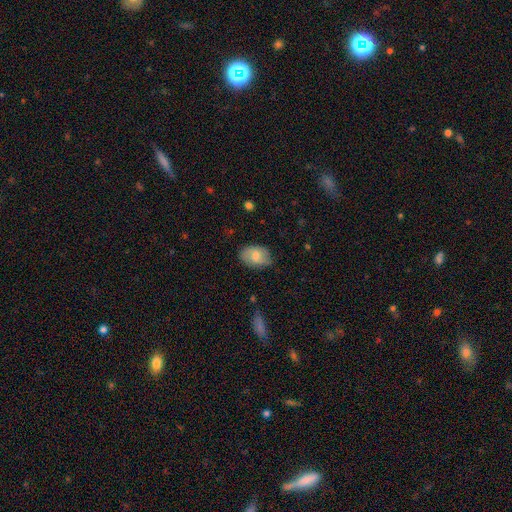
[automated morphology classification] The model was most divided on "smooth or featured": smooth: 71%, featured or disk: 23%, star or artifact: 7%. More confident: how rounded — in between (87%); merging — none (75%).